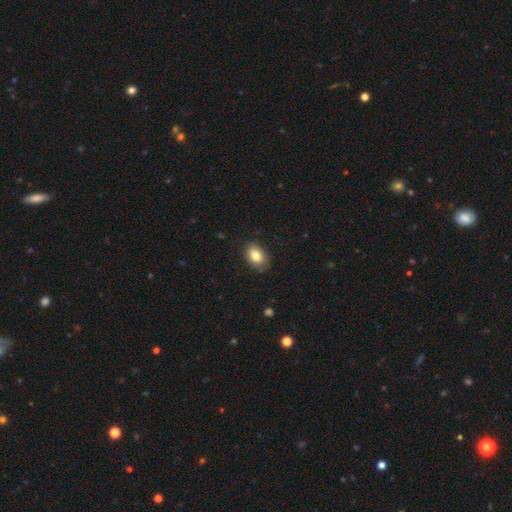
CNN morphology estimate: Smooth or featured? Predicted: smooth (p=0.82). How rounded? Predicted: in between (p=0.79). Merging? Predicted: none (p=0.79).